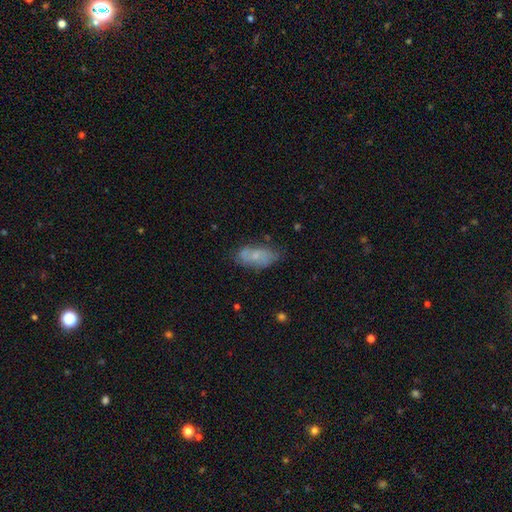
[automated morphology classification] This is possibly a smooth galaxy (54%). How rounded: clearly in between (86%). Merging: likely none (63%).